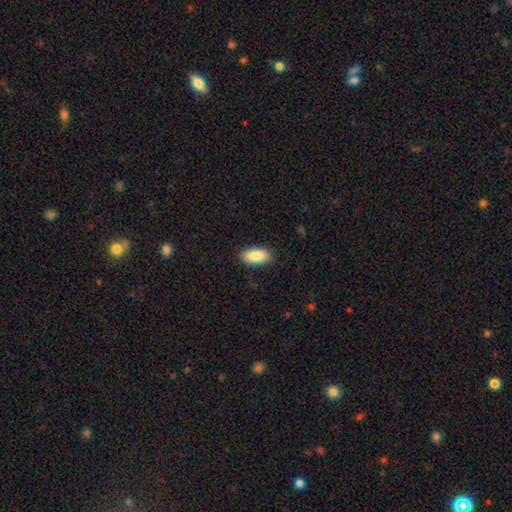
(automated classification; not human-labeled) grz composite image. It shows a smooth galaxy with no disk features (88%) that is in between round and cigar-shaped (92%). Merging: none (88%).